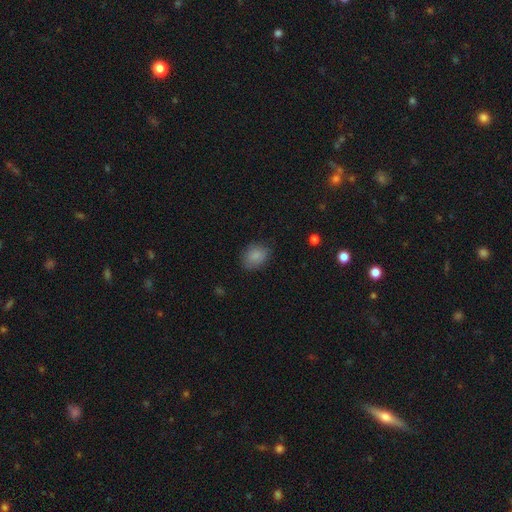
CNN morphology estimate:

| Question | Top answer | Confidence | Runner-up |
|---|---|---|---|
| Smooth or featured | smooth | 86% | star or artifact (8%) |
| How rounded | in between | 63% | round (36%) |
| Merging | none | 78% | minor disturbance (17%) |